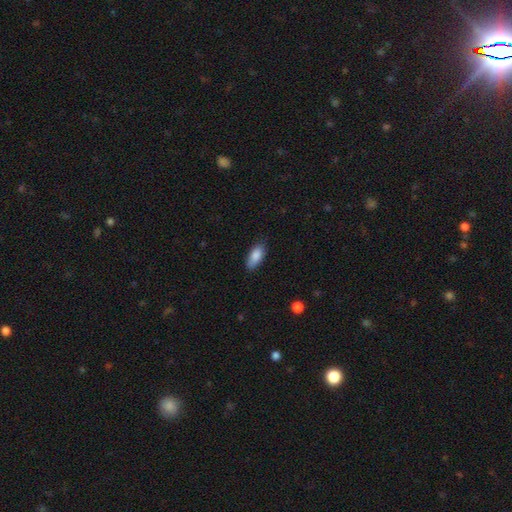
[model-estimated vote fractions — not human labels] Smooth or featured? smooth (86%)
How rounded? in between (84%)
Merging? none (80%)